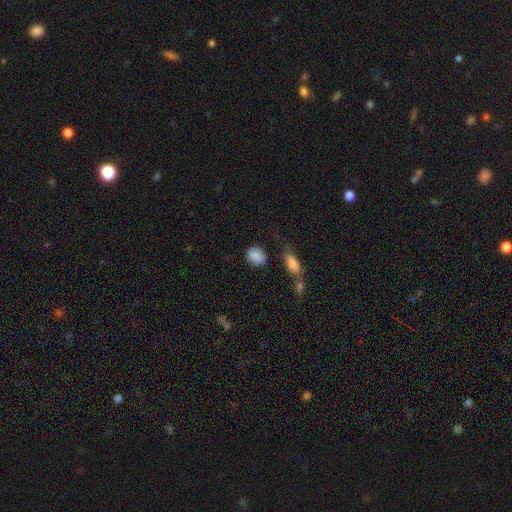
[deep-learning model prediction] smooth-or-featured: smooth: 85% | star or artifact: 8% | featured or disk: 8%
  how-rounded: in between: 56% | round: 41% | cigar-shaped: 3%
  merging: none: 74% | minor disturbance: 17% | merger: 5% | major disturbance: 5%